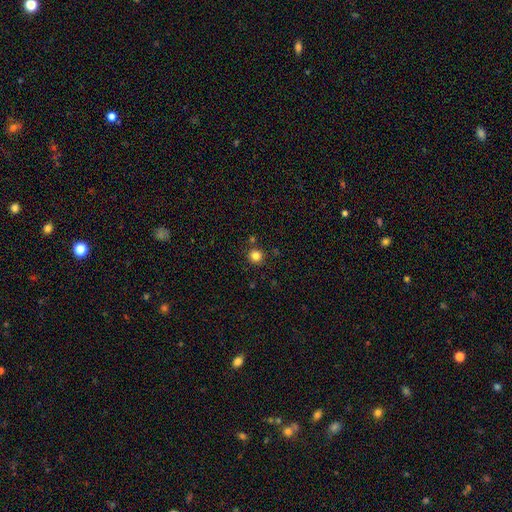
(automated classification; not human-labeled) A smooth galaxy with no disk features (82%) that is round (95%). Merging: none (87%).